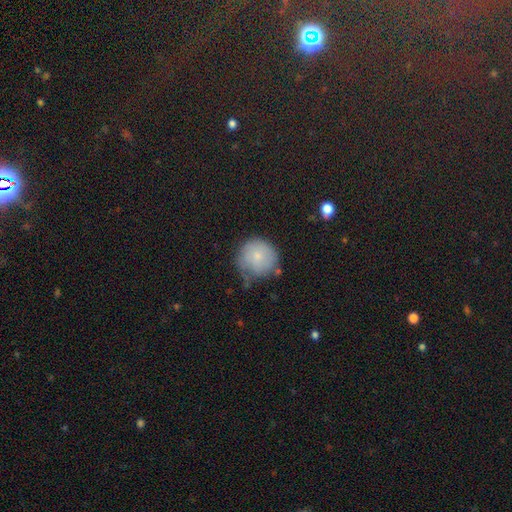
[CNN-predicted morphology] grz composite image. It shows a smooth galaxy with no disk features (76%) that is round (92%). Merging: none (55%).